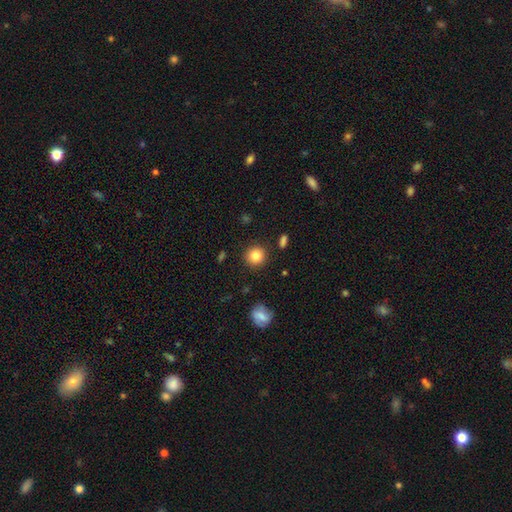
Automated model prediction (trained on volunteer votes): A smooth galaxy with no disk features (83%) that is round (91%). Merging: none (89%).